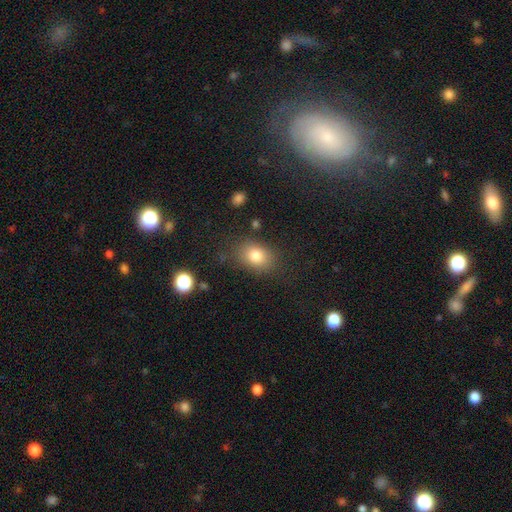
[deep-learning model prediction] smooth 79%, star or artifact 11%, featured or disk 10%. Down the decision tree: how rounded — in between (67%); merging — none (79%).